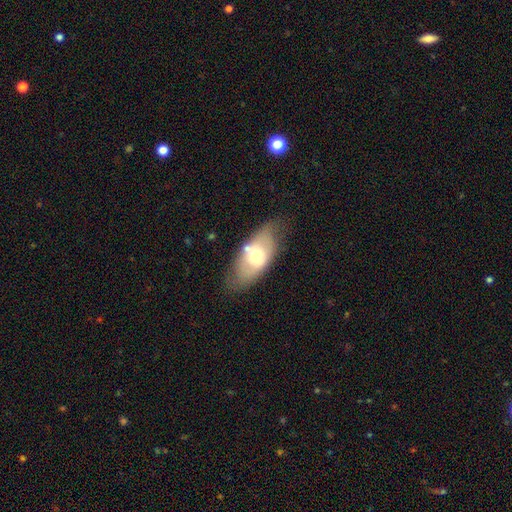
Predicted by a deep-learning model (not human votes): This appears to be a smooth galaxy with no disk features (55%) that is in between round and cigar-shaped (88%). Merging: none (67%).